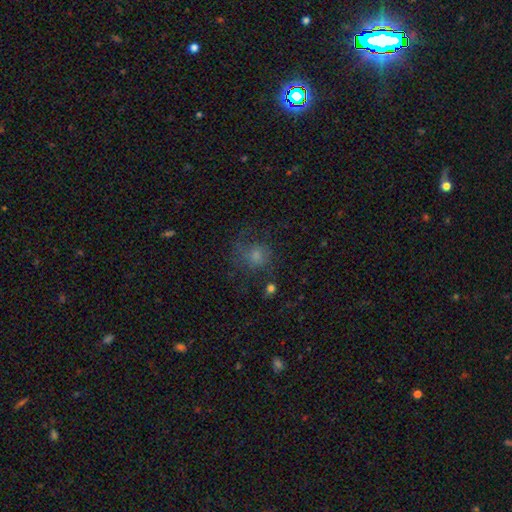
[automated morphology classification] A smooth galaxy with no disk features (61%) that is round (72%).

Vote fractions:
- Smooth or featured? smooth: 61% / featured or disk: 22% / star or artifact: 17%
- How rounded? round: 72% / in between: 27% / cigar-shaped: 1%
- Merging? none: 50% / major disturbance: 26% / minor disturbance: 21% / merger: 3%